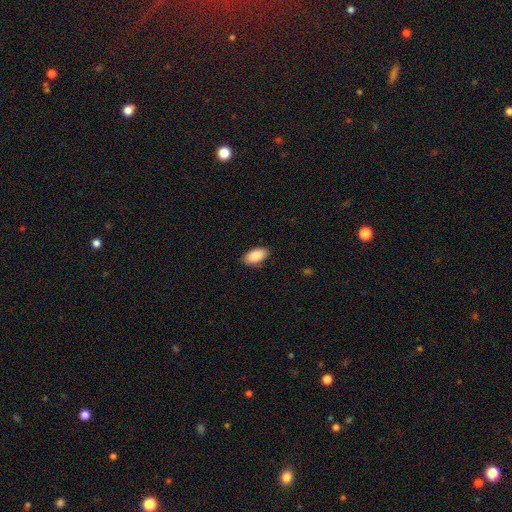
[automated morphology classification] This is clearly a smooth galaxy (89%). How rounded: clearly in between (95%). Merging: clearly none (86%).